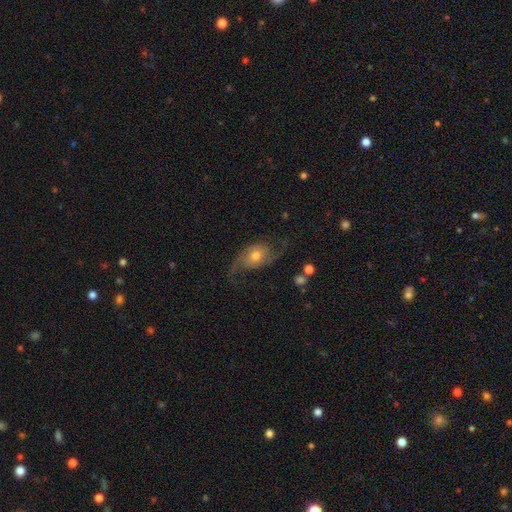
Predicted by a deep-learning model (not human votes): smooth-or-featured: featured or disk: 78% | smooth: 15% | star or artifact: 7%
  disk-edge-on: no: 96% | yes: 4%
    bar: no: 69% | weak: 25% | strong: 6%
    has-spiral-arms: yes: 94% | no: 6%
      spiral-winding: loose: 71% | medium: 23% | tight: 6%
      spiral-arm-count: 2: 91% | 1: 3% | can't tell: 3% | 3: 1% | 4: 1% | more than 4: 1%
    bulge-size: moderate: 63% | small: 24% | large: 9% | dominant: 2% | none: 2%
  merging: none: 62% | minor disturbance: 19% | major disturbance: 16% | merger: 2%